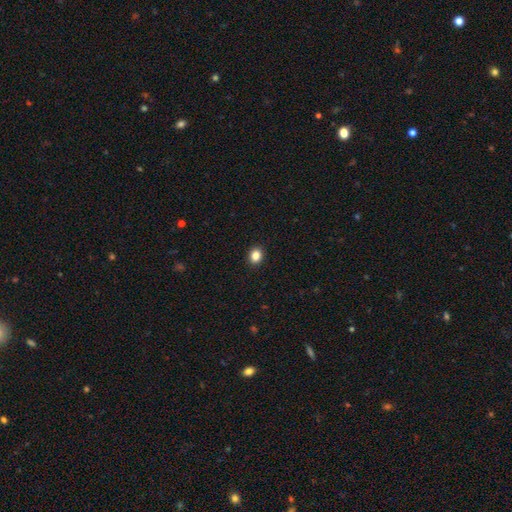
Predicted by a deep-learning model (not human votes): Smooth or featured?
  - smooth: 85% *
  - star or artifact: 11%
  - featured or disk: 4%
How rounded?
  - round: 55% *
  - in between: 44%
  - cigar-shaped: 1%
Merging?
  - none: 92% *
  - minor disturbance: 5%
  - major disturbance: 2%
  - merger: 1%